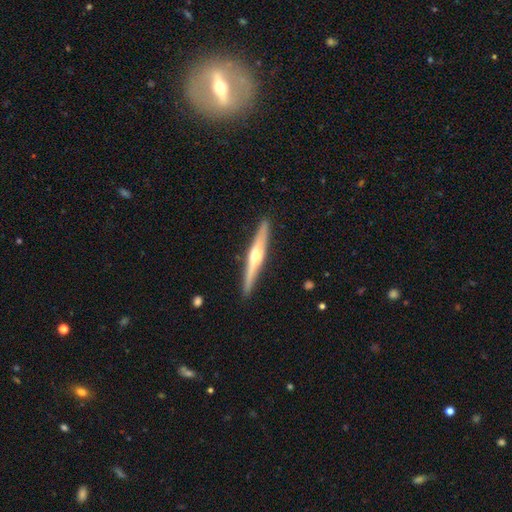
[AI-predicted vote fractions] A featured or disk galaxy (70%) viewed edge-on (97%) with a rounded central bulge (89%). Merging: none (90%).